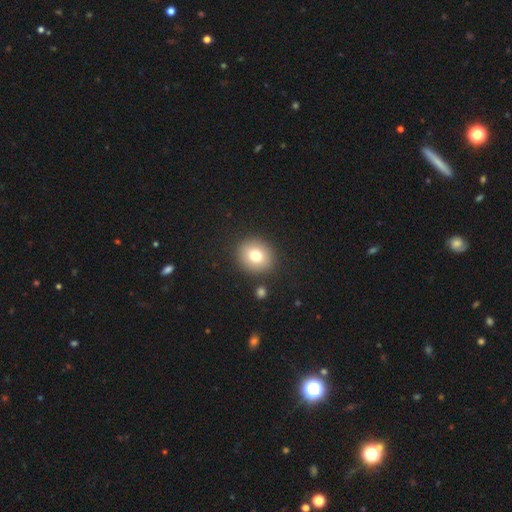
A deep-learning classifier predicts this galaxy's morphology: smooth 77%, featured or disk 12%, star or artifact 11%. Down the decision tree: how rounded — round (79%); merging — none (87%).